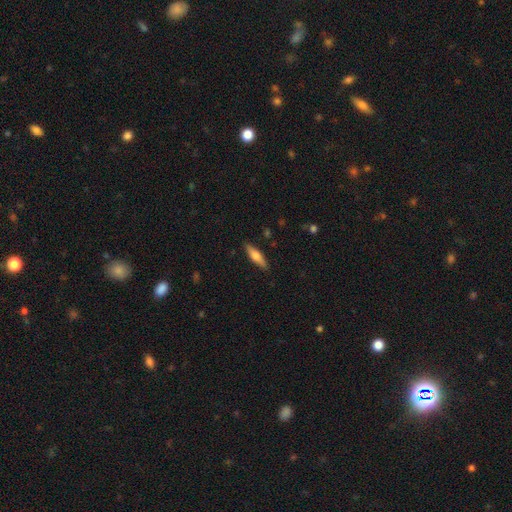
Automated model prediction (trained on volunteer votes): smooth_or_featured: smooth (p=0.60) [alt: featured or disk p=0.34]
how_rounded: cigar-shaped (p=0.63) [alt: in between p=0.35]
merging: none (p=0.88) [alt: minor disturbance p=0.09]